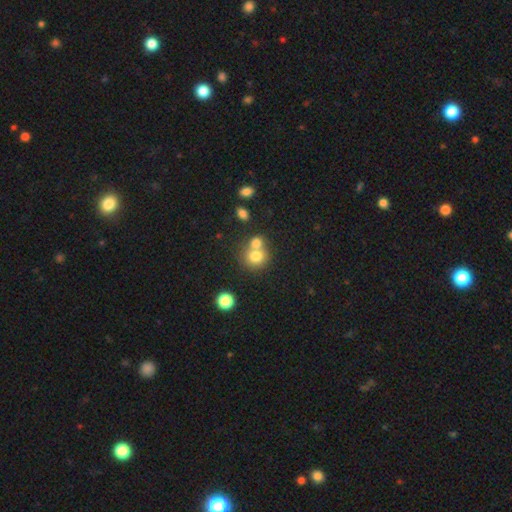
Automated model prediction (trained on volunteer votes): Smooth or featured? smooth (75%)
How rounded? round (81%)
Merging? merger (49%)